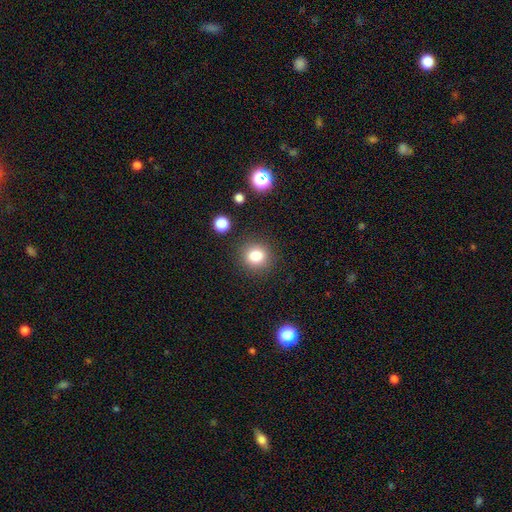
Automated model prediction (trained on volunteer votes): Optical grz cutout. It shows a smooth galaxy with no disk features (81%) that is round (88%). Merging: none (87%).